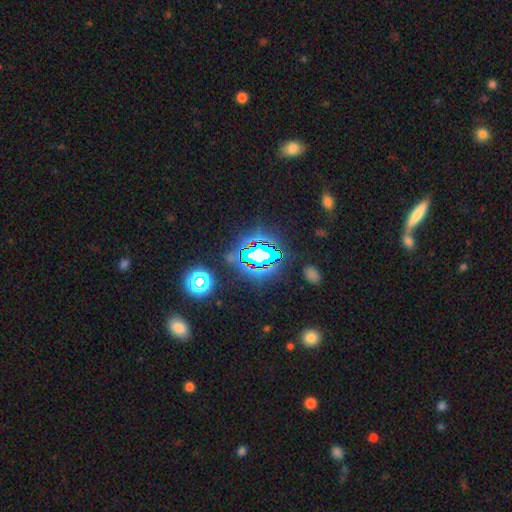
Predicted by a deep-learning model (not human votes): This is likely a star or artifact rather than a galaxy (73%).